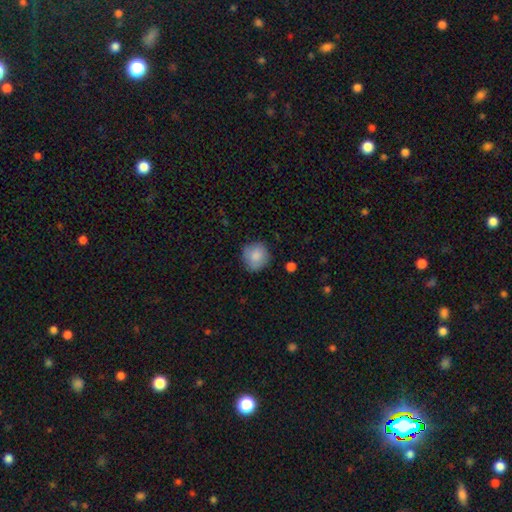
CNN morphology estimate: Overall: smooth (84%). How rounded: round (87%). Merging: none (77%).